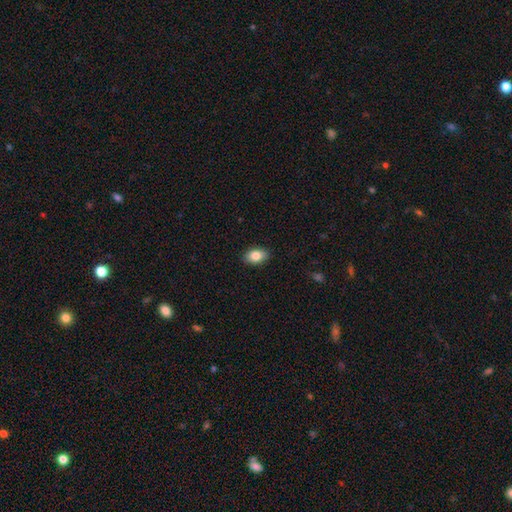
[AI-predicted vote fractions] Q: Smooth or featured?
A: smooth (84%); runner-up: featured or disk (9%)
Q: How rounded?
A: in between (89%); runner-up: round (10%)
Q: Merging?
A: none (89%); runner-up: minor disturbance (8%)